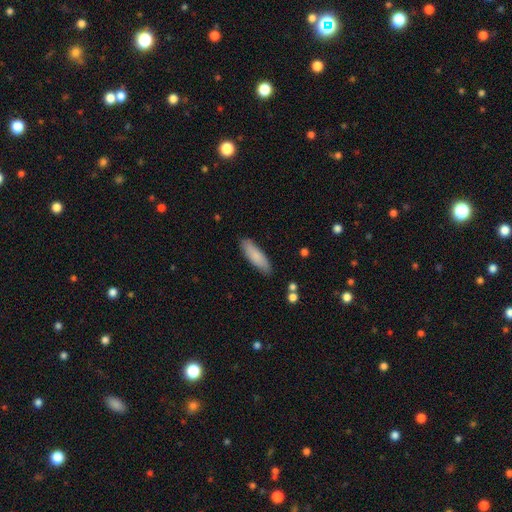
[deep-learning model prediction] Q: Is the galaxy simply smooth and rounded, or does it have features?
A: smooth — 85%.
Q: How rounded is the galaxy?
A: cigar-shaped — 54%.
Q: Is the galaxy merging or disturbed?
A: none — 86%.